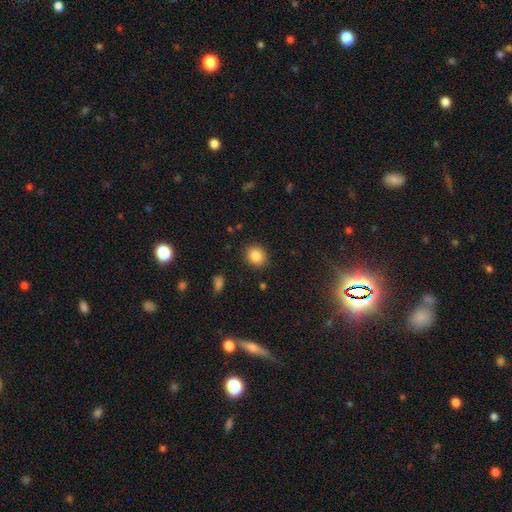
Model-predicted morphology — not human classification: smooth-or-featured: smooth: 86% | star or artifact: 9% | featured or disk: 5%
  how-rounded: round: 67% | in between: 32% | cigar-shaped: 1%
  merging: none: 88% | minor disturbance: 8% | major disturbance: 2% | merger: 1%